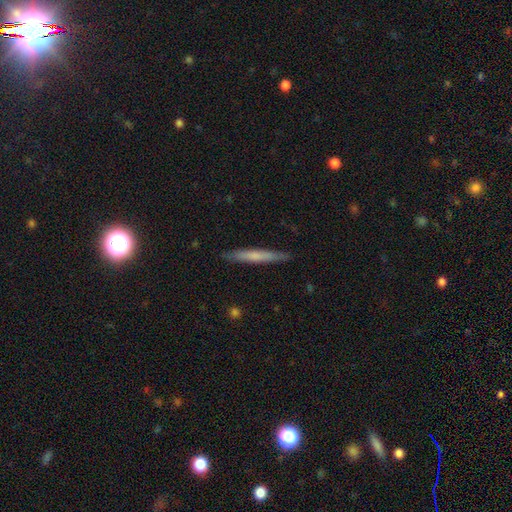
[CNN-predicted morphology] Q: Smooth or featured?
A: smooth (59%); runner-up: featured or disk (35%)
Q: How rounded?
A: cigar-shaped (96%); runner-up: in between (3%)
Q: Merging?
A: none (89%); runner-up: minor disturbance (8%)